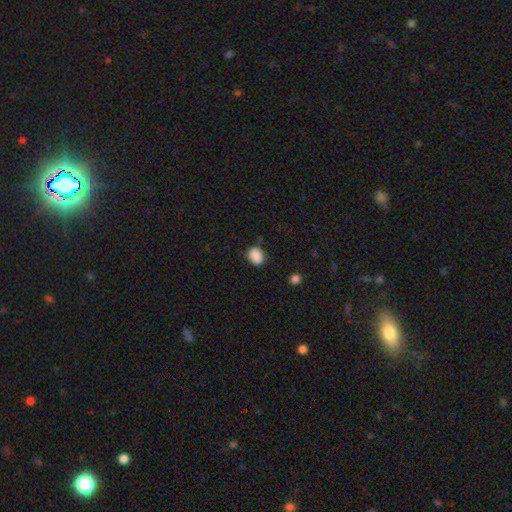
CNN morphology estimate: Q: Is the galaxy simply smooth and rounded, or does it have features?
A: smooth — 88%.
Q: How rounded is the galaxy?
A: in between — 60%.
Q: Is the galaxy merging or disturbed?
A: none — 79%.